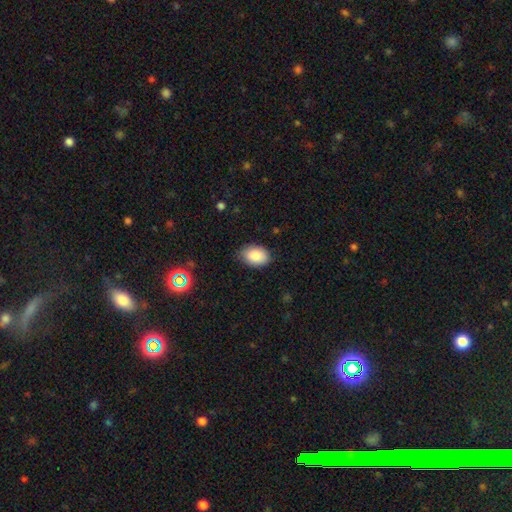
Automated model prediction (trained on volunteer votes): Smooth or featured? Predicted: smooth (p=0.87). How rounded? Predicted: in between (p=0.87). Merging? Predicted: none (p=0.80).